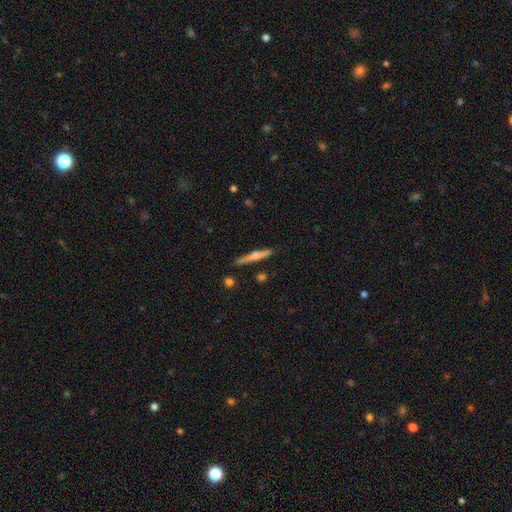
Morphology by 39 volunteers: smooth-or-featured: smooth: 54% | featured or disk: 44% | star or artifact: 3%
  how-rounded: cigar-shaped: 86% | in between: 14% | round: 0%
  merging: none: 82% | minor disturbance: 11% | major disturbance: 8% | merger: 0%